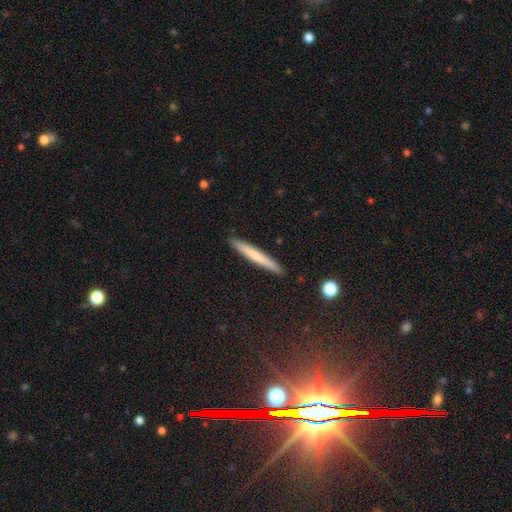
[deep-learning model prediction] smooth_or_featured: smooth (p=0.65) [alt: featured or disk p=0.29]
how_rounded: cigar-shaped (p=0.97) [alt: in between p=0.02]
merging: none (p=0.91) [alt: minor disturbance p=0.06]